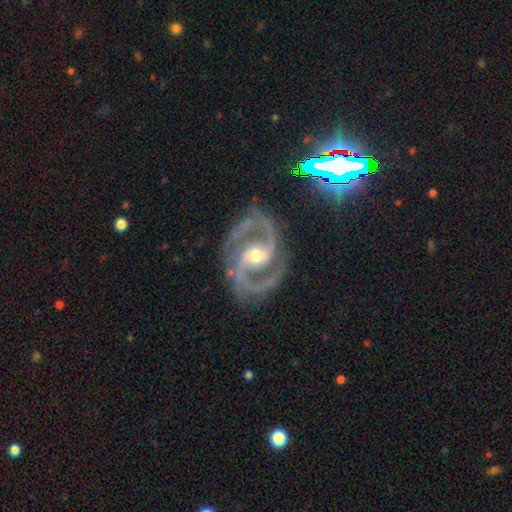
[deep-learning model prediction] A featured or disk galaxy (93%) with a weak bar (41%), 2 (93%) medium (67%) spiral arms (98%) and a moderate central bulge (62%).

Vote fractions:
- Smooth or featured? featured or disk: 93% / star or artifact: 4% / smooth: 2%
- Edge-on disk? no: 98% / yes: 2%
- Bar? weak: 41% / strong: 32% / no: 27%
- Spiral arms? yes: 98% / no: 2%
- Spiral winding? medium: 67% / tight: 20% / loose: 13%
- Spiral arm count? 2: 93% / 3: 3% / can't tell: 1% / 1: 1% / 4: 1% / more than 4: 1%
- Bulge size? moderate: 62% / small: 33% / large: 4% / none: 1% / dominant: 1%
- Merging? none: 82% / minor disturbance: 12% / major disturbance: 4% / merger: 2%